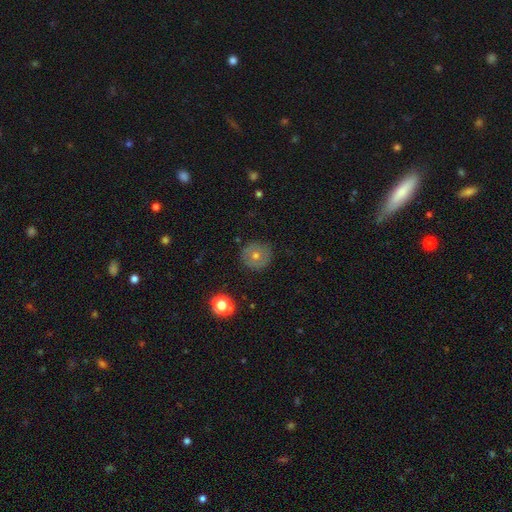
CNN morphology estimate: The model was most divided on "smooth or featured": smooth: 58%, featured or disk: 28%, star or artifact: 14%. More confident: how rounded — round (94%); merging — none (87%).